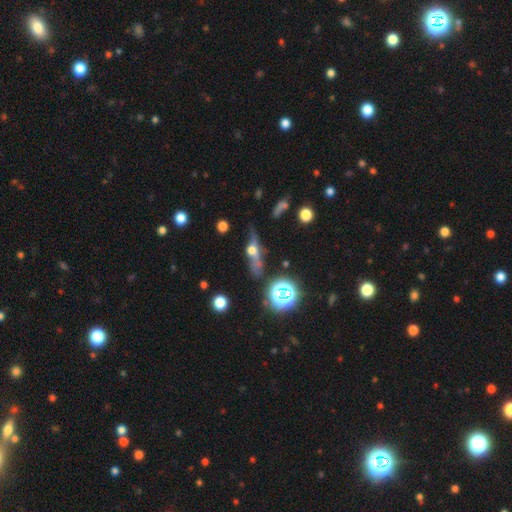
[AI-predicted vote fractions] Smooth or featured? featured or disk (52%)
Edge-on disk? yes (79%)
Merging? none (65%)